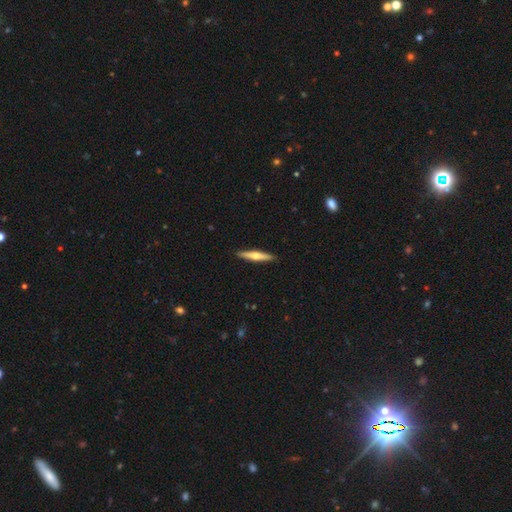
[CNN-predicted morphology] The model was most divided on "smooth or featured": featured or disk: 53%, smooth: 42%, star or artifact: 5%. More confident: edge-on disk — yes (96%); merging — none (92%); edge-on bulge — rounded (88%).